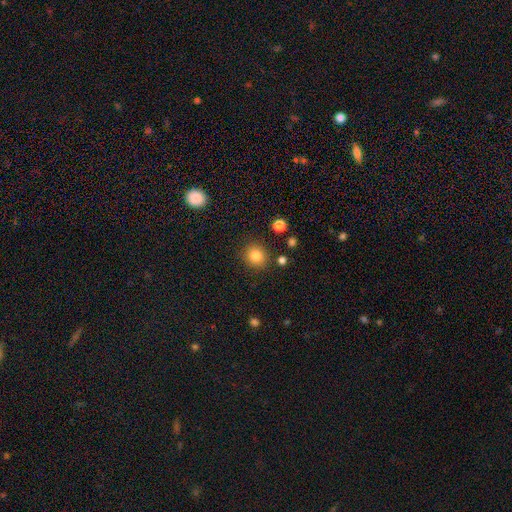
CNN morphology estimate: The model was most divided on "smooth or featured": smooth: 83%, star or artifact: 11%, featured or disk: 6%. More confident: merging — none (87%); how rounded — round (86%).